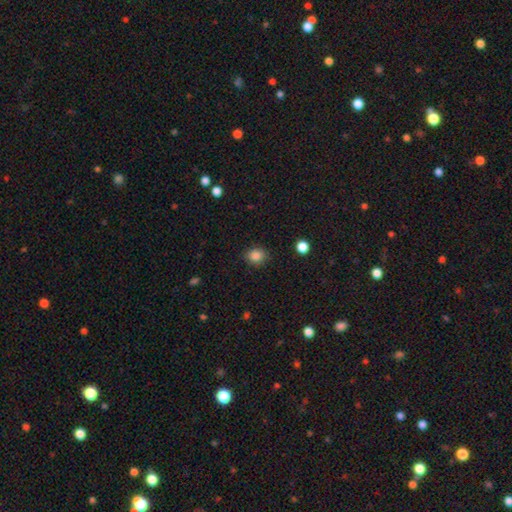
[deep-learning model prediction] A smooth galaxy with no disk features (86%) that is round (72%). Merging: none (86%).